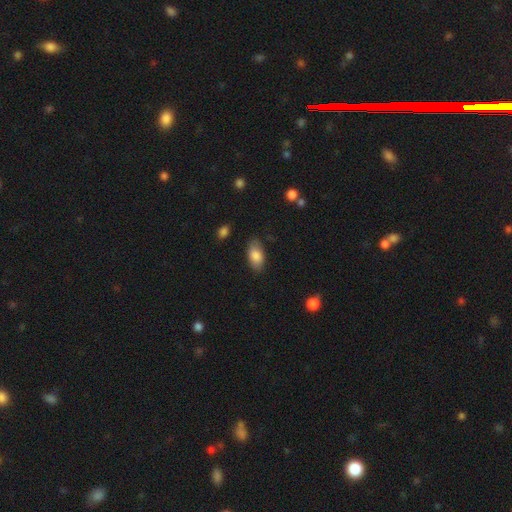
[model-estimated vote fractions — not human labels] The model was most divided on "merging": none: 82%, minor disturbance: 14%, major disturbance: 3%, merger: 1%. More confident: how rounded — in between (93%); smooth or featured — smooth (84%).